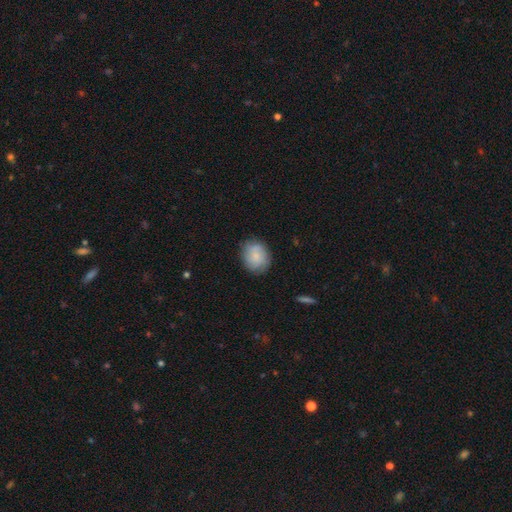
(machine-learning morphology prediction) Overall: smooth (72%). How rounded: round (61%; in between 37%). Merging: none (79%).